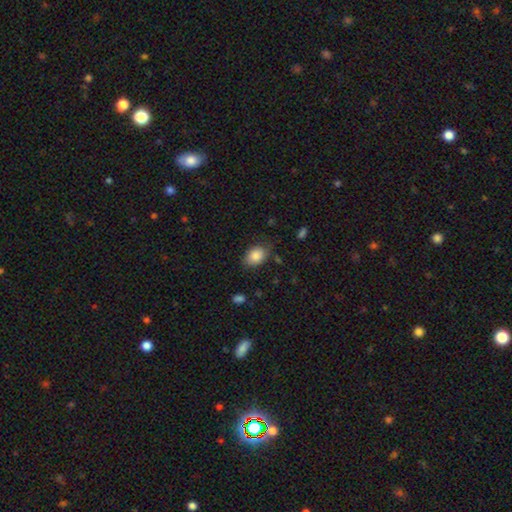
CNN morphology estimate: Overall: smooth (86%). How rounded: in between (81%). Merging: none (75%).